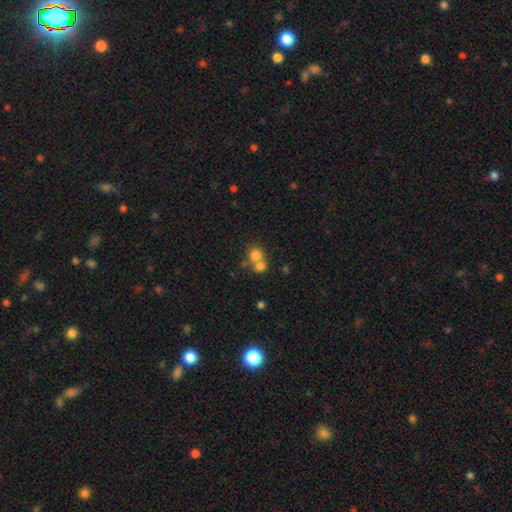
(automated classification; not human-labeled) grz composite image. It shows a smooth galaxy with no disk features (76%) that is round (81%). Merging: merger (53%).